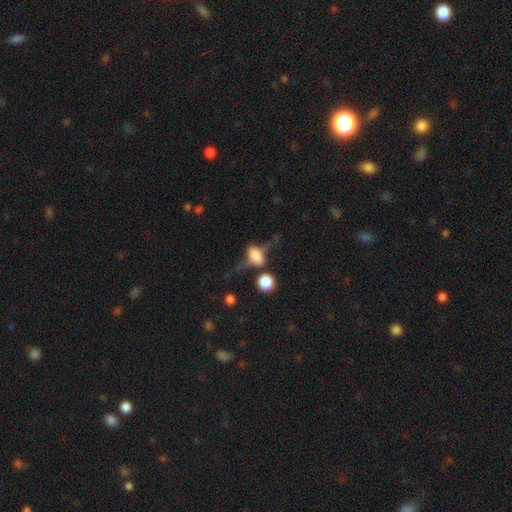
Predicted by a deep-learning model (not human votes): smooth-or-featured: featured or disk: 45% | smooth: 44% | star or artifact: 12%
  merging: none: 41% | major disturbance: 27% | minor disturbance: 22% | merger: 10%